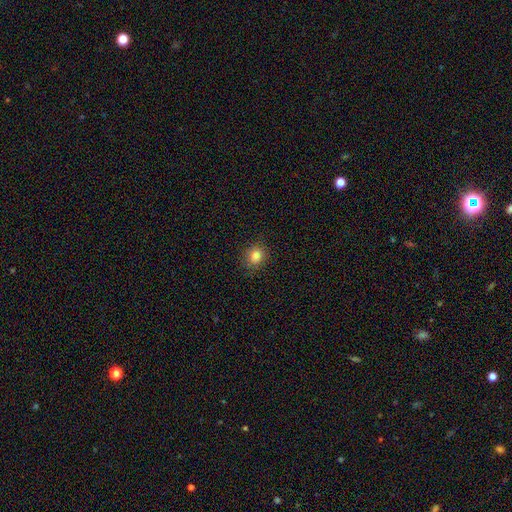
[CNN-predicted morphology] smooth 84%, star or artifact 11%, featured or disk 5%. Down the decision tree: how rounded — round (72%); merging — none (87%).